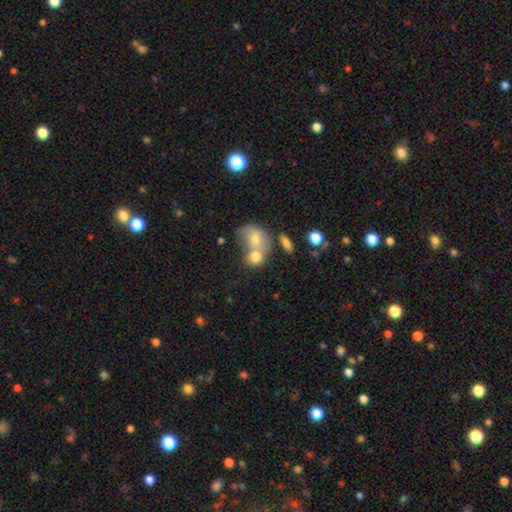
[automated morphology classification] Overall: smooth (52%; featured or disk 28%). How rounded: round (60%; in between 38%). Merging: merger (56%; none 30%).